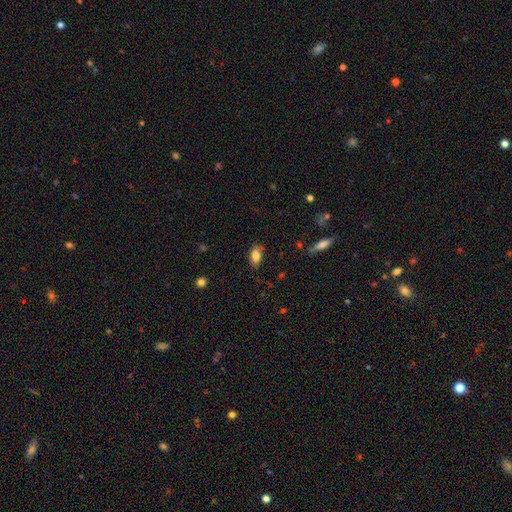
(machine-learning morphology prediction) Smooth or featured?
  - smooth: 83% *
  - featured or disk: 9%
  - star or artifact: 8%
How rounded?
  - in between: 90% *
  - round: 6%
  - cigar-shaped: 3%
Merging?
  - none: 74% *
  - minor disturbance: 21%
  - major disturbance: 4%
  - merger: 2%